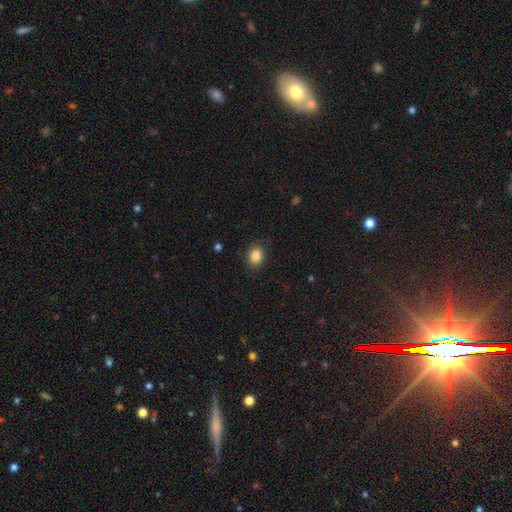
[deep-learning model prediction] Smooth or featured: smooth — 86% (star or artifact — 9%)
How rounded: in between — 58% (round — 41%)
Merging: none — 83% (minor disturbance — 12%)